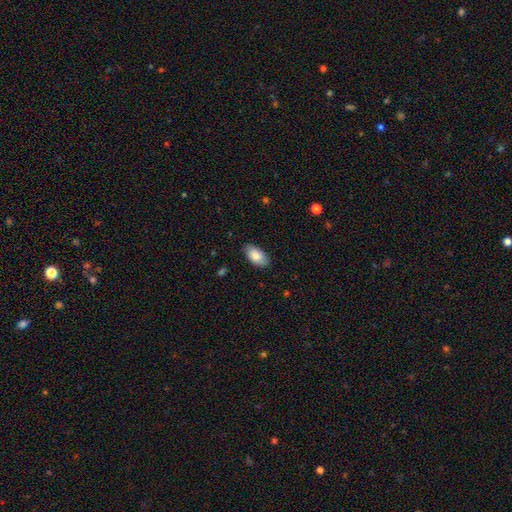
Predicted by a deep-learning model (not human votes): This is clearly a smooth galaxy (84%). How rounded: clearly in between (95%). Merging: clearly none (85%).